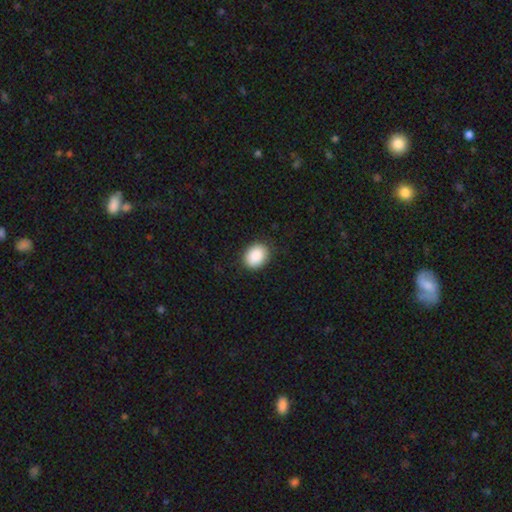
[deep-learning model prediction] smooth-or-featured: smooth: 90% | star or artifact: 7% | featured or disk: 3%
  how-rounded: in between: 59% | round: 40% | cigar-shaped: 1%
  merging: none: 87% | minor disturbance: 10% | major disturbance: 2% | merger: 1%